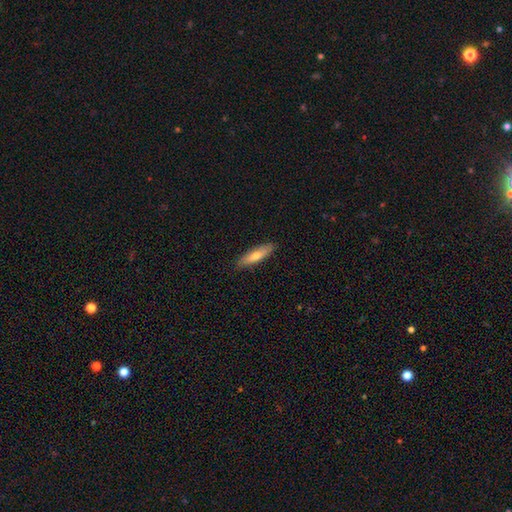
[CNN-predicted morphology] smooth-or-featured: smooth: 61% | featured or disk: 32% | star or artifact: 6%
  how-rounded: cigar-shaped: 72% | in between: 26% | round: 2%
  merging: none: 89% | minor disturbance: 8% | major disturbance: 2% | merger: 1%